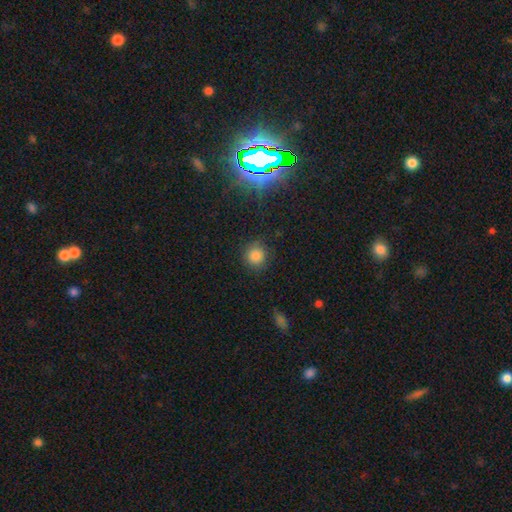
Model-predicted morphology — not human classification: A smooth galaxy with no disk features (81%) that is round (91%).

Vote fractions:
- Smooth or featured? smooth: 81% / star or artifact: 13% / featured or disk: 5%
- How rounded? round: 91% / in between: 8% / cigar-shaped: 1%
- Merging? none: 86% / minor disturbance: 9% / major disturbance: 3% / merger: 1%